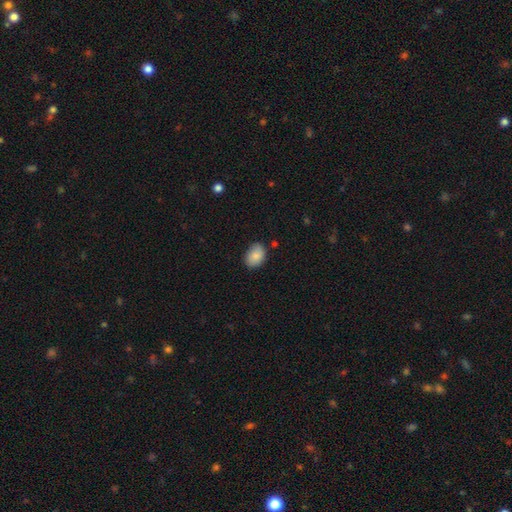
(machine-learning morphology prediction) smooth 87%, star or artifact 7%, featured or disk 6%. Down the decision tree: how rounded — in between (74%); merging — none (74%).